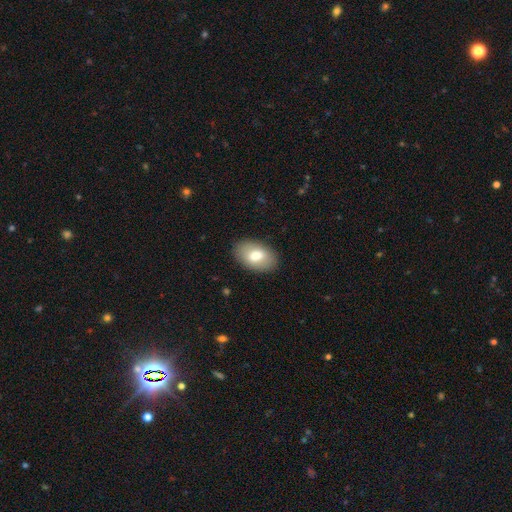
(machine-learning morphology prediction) Q: Smooth or featured?
A: smooth (74%); runner-up: featured or disk (20%)
Q: How rounded?
A: in between (91%); runner-up: round (8%)
Q: Merging?
A: none (88%); runner-up: minor disturbance (9%)